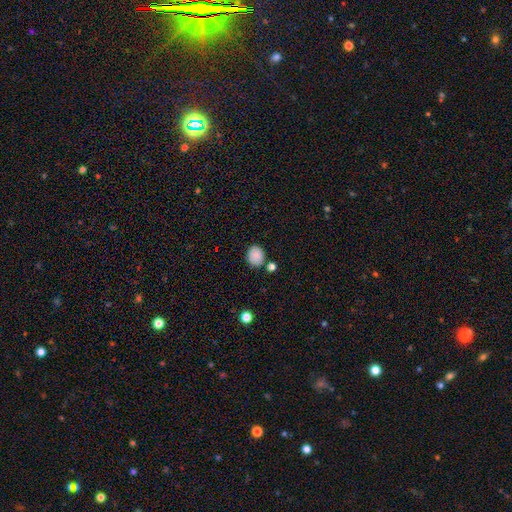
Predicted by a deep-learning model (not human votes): Smooth or featured: smooth — 87% (star or artifact — 9%)
How rounded: round — 59% (in between — 41%)
Merging: none — 77% (minor disturbance — 12%)